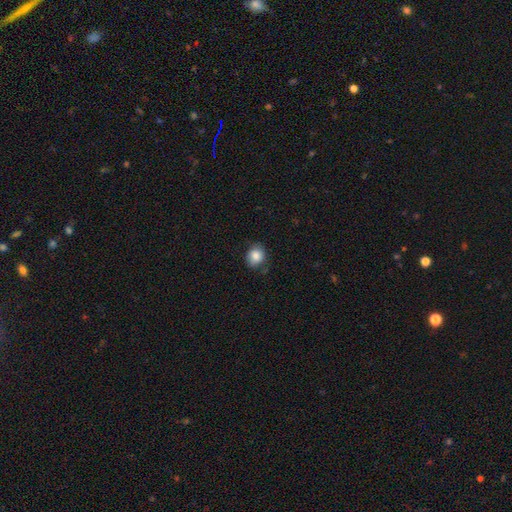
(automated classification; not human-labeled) smooth 84%, star or artifact 9%, featured or disk 7%. Down the decision tree: how rounded — round (64%); merging — none (77%).